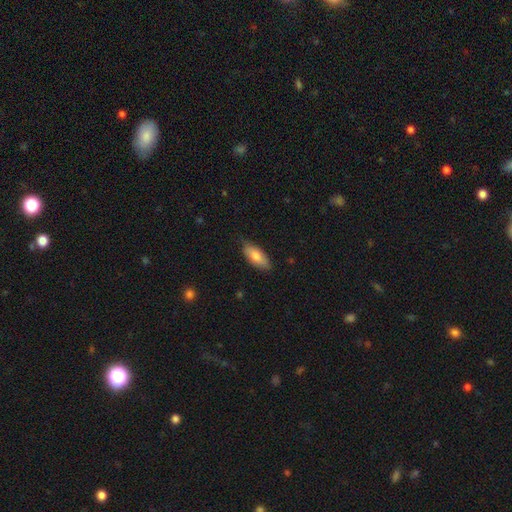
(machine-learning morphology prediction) type=smooth (78%); roundness=in between (81%); merging=none (78%).